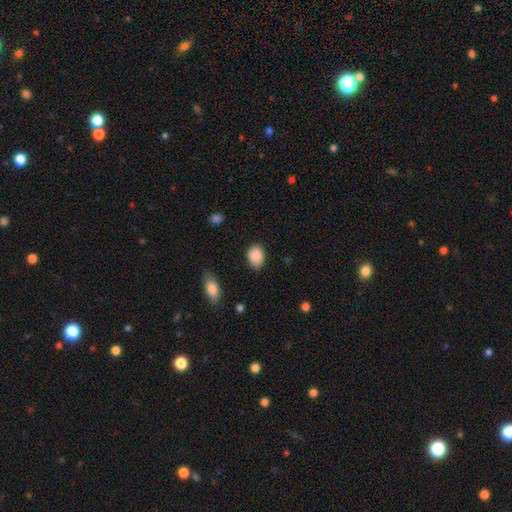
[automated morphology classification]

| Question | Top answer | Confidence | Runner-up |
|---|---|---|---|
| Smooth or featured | smooth | 89% | star or artifact (7%) |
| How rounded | in between | 73% | round (26%) |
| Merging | none | 80% | minor disturbance (15%) |